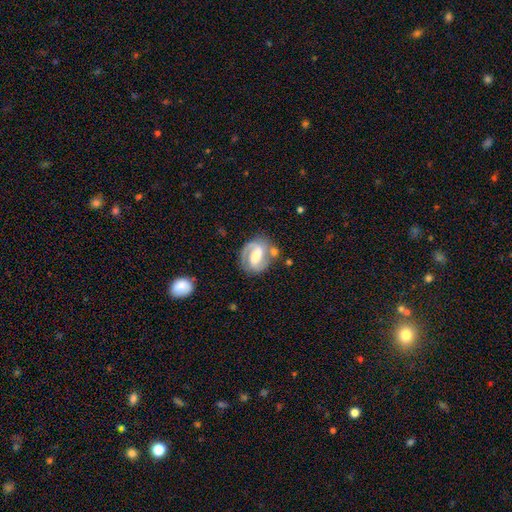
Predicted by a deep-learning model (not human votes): Q: Smooth or featured?
A: featured or disk (82%); runner-up: smooth (13%)
Q: Edge-on disk?
A: no (97%); runner-up: yes (3%)
Q: Bar?
A: strong (45%); runner-up: weak (40%)
Q: Spiral arms?
A: yes (94%); runner-up: no (6%)
Q: Spiral winding?
A: medium (47%); runner-up: tight (40%)
Q: Spiral arm count?
A: 2 (83%); runner-up: 1 (9%)
Q: Bulge size?
A: moderate (52%); runner-up: small (27%)
Q: Merging?
A: none (69%); runner-up: minor disturbance (17%)